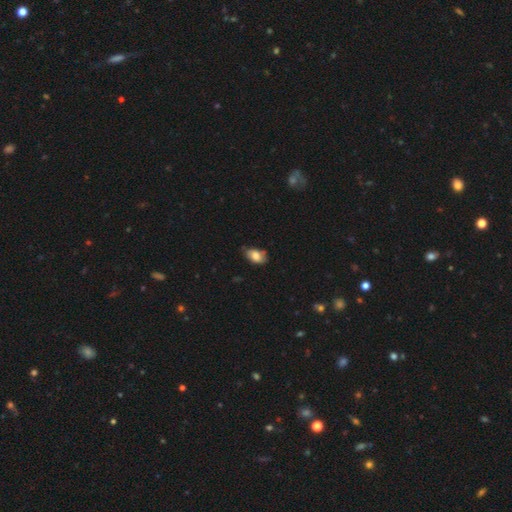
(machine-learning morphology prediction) type=smooth (79%); roundness=in between (89%); merging=none (62%).